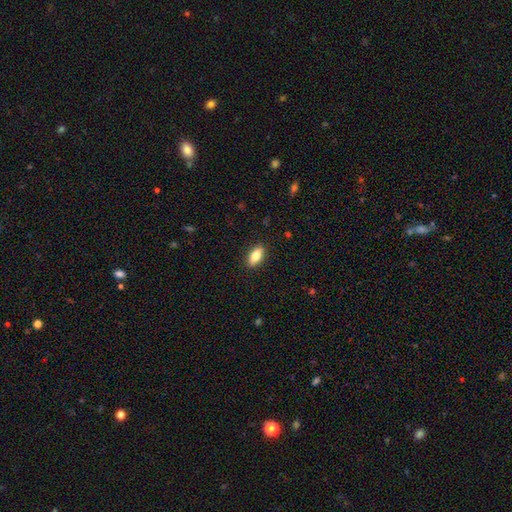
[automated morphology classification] A smooth galaxy with no disk features (77%) that is in between round and cigar-shaped (84%).

Vote fractions:
- Smooth or featured? smooth: 77% / featured or disk: 16% / star or artifact: 7%
- How rounded? in between: 84% / cigar-shaped: 12% / round: 4%
- Merging? none: 90% / minor disturbance: 8% / major disturbance: 2% / merger: 1%